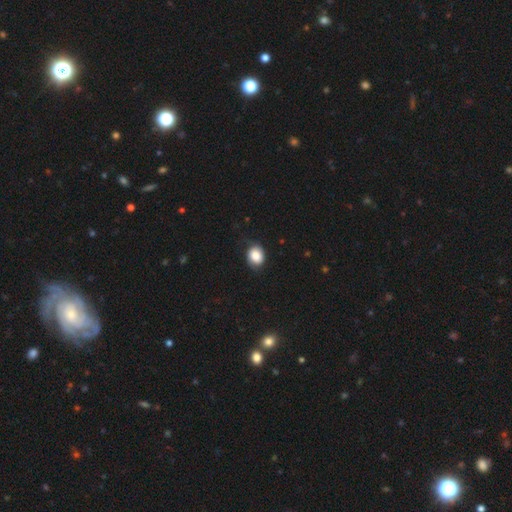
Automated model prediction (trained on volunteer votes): smooth_or_featured: smooth (p=0.85) [alt: star or artifact p=0.08]
how_rounded: round (p=0.54) [alt: in between p=0.45]
merging: none (p=0.79) [alt: minor disturbance p=0.17]